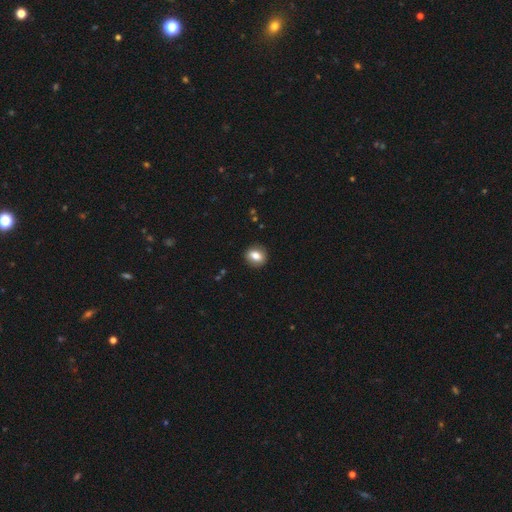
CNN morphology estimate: type=smooth (77%); roundness=round (59%); merging=none (89%).